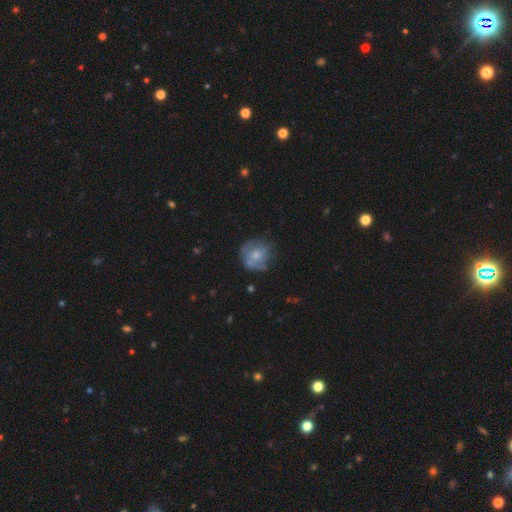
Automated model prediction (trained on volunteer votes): A smooth galaxy with no disk features (56%) that is round (84%).

Vote fractions:
- Smooth or featured? smooth: 56% / featured or disk: 35% / star or artifact: 8%
- How rounded? round: 84% / in between: 15% / cigar-shaped: 1%
- Merging? none: 59% / minor disturbance: 25% / major disturbance: 12% / merger: 4%